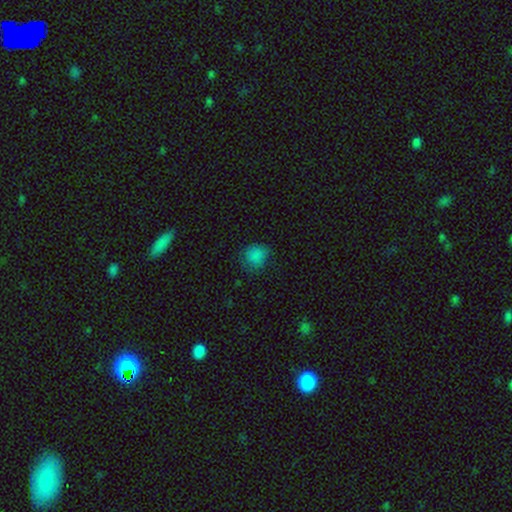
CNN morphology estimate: Smooth or featured?
  - smooth: 82% *
  - star or artifact: 13%
  - featured or disk: 5%
How rounded?
  - round: 79% *
  - in between: 20%
  - cigar-shaped: 1%
Merging?
  - none: 68% *
  - minor disturbance: 23%
  - major disturbance: 7%
  - merger: 1%